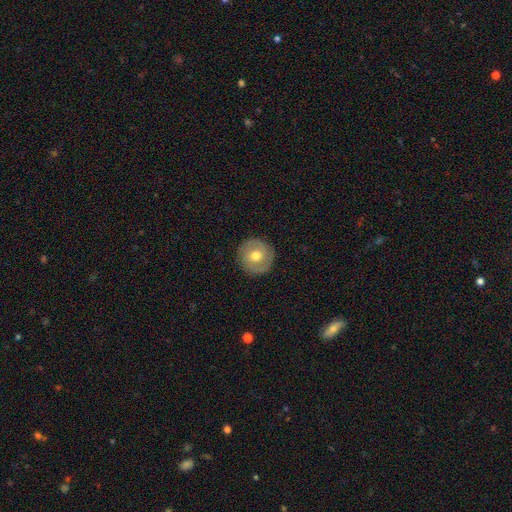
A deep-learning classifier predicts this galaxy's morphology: Overall: featured or disk (47%; smooth 46%). Merging: none (88%).